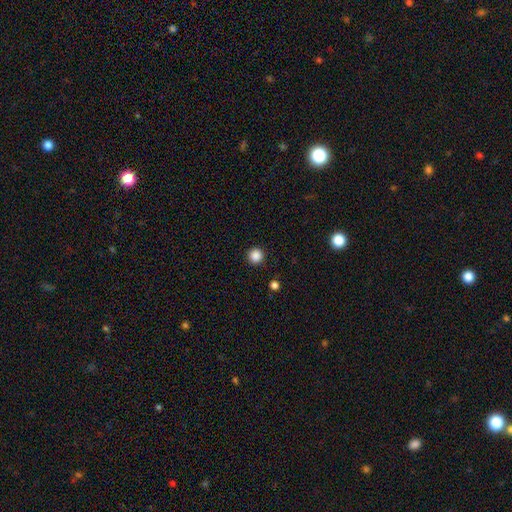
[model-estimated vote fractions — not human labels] This appears to be a smooth galaxy with no disk features (87%) that is round (96%). Merging: none (93%).